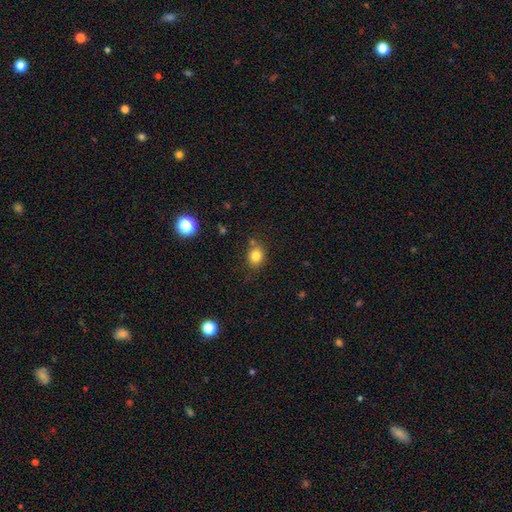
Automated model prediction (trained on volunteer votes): A smooth galaxy with no disk features (81%) that is round (67%). Merging: none (74%).